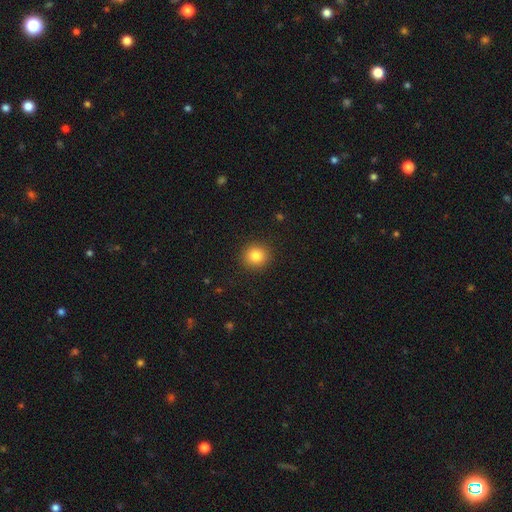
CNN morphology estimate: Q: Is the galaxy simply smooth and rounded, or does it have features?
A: smooth — 82%.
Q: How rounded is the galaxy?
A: round — 90%.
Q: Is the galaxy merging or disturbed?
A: none — 92%.